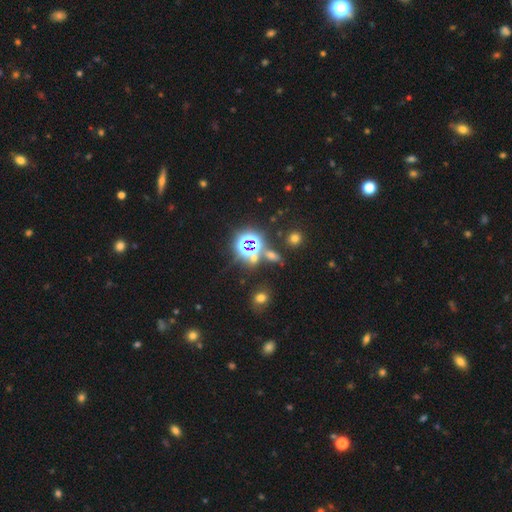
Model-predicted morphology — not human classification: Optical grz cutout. It shows a star or artifact, not a galaxy (72%).